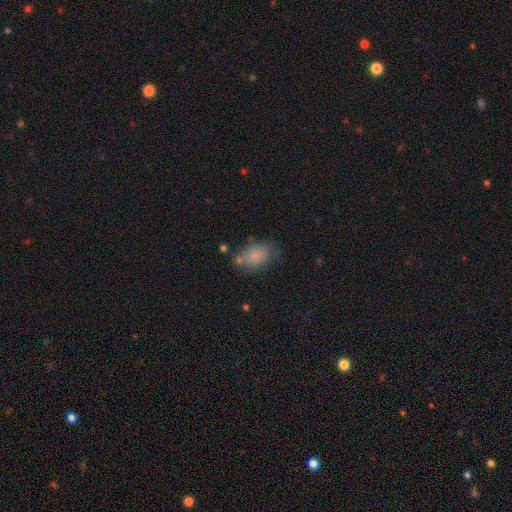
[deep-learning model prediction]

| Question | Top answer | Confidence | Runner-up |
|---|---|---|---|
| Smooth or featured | smooth | 80% | featured or disk (11%) |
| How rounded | in between | 86% | round (12%) |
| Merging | none | 59% | minor disturbance (23%) |